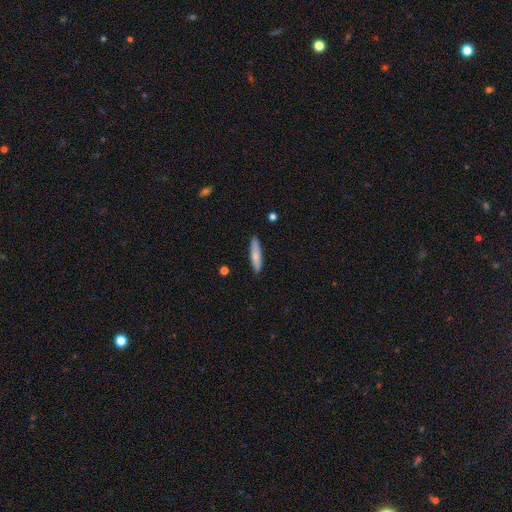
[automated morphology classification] smooth_or_featured: smooth (p=0.78) [alt: featured or disk p=0.16]
how_rounded: cigar-shaped (p=0.81) [alt: in between p=0.18]
merging: none (p=0.89) [alt: minor disturbance p=0.08]